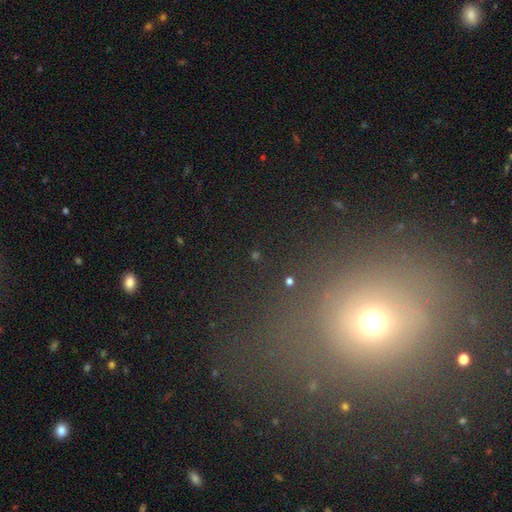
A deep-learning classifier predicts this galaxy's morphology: This is possibly a star or artifact rather than a galaxy (57%).